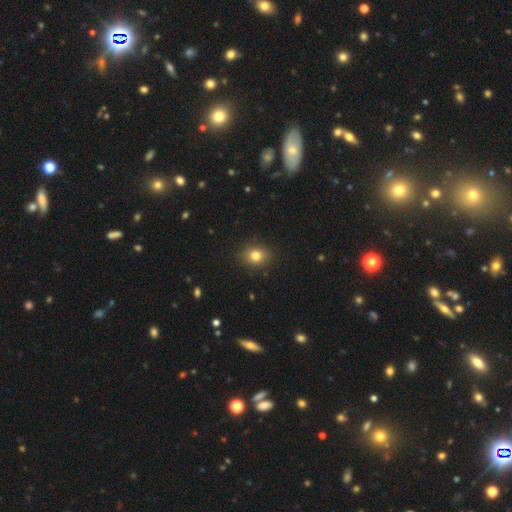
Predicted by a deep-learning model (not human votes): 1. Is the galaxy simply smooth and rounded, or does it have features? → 80% smooth, 12% star or artifact, 8% featured or disk.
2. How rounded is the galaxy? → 62% round, 37% in between, 1% cigar-shaped.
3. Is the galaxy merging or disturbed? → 89% none, 8% minor disturbance, 2% major disturbance, 1% merger.